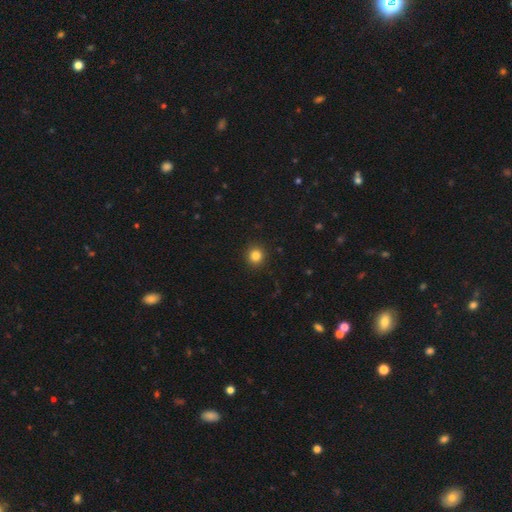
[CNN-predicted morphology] A smooth galaxy with no disk features (84%) that is round (93%). Merging: none (93%).